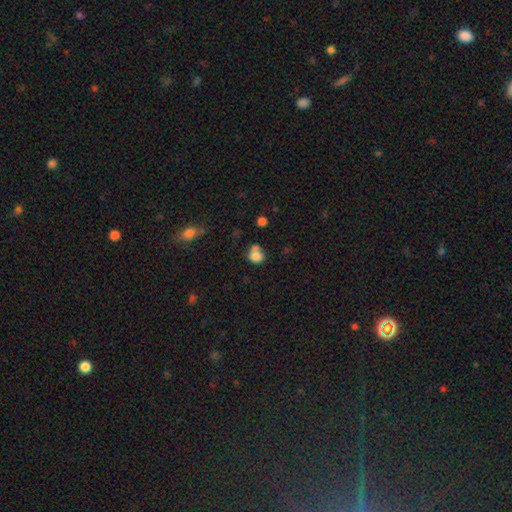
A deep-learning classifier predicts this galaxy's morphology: Smooth or featured? Predicted: smooth (p=0.79). How rounded? Predicted: round (p=0.66). Merging? Predicted: none (p=0.43).